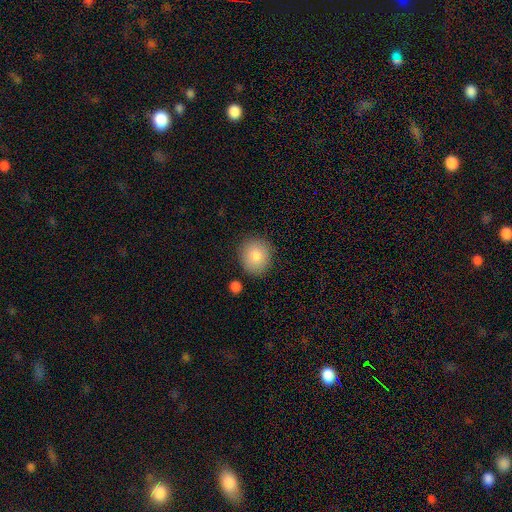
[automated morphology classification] A smooth galaxy with no disk features (84%) that is round (81%).

Vote fractions:
- Smooth or featured? smooth: 84% / star or artifact: 8% / featured or disk: 8%
- How rounded? round: 81% / in between: 18% / cigar-shaped: 1%
- Merging? none: 85% / minor disturbance: 10% / merger: 3% / major disturbance: 2%